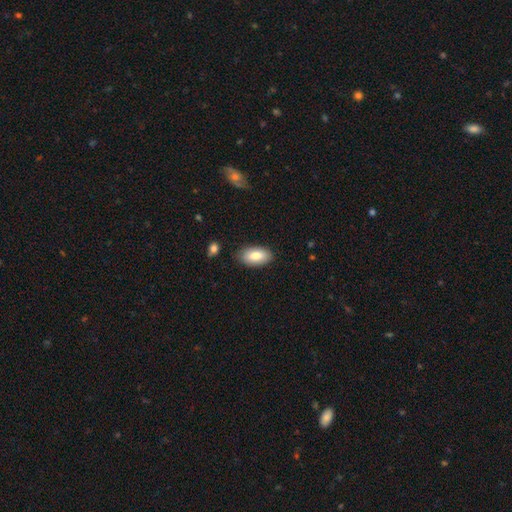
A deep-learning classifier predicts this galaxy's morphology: This appears to be a smooth galaxy with no disk features (82%) that is in between round and cigar-shaped (93%). Merging: none (84%).